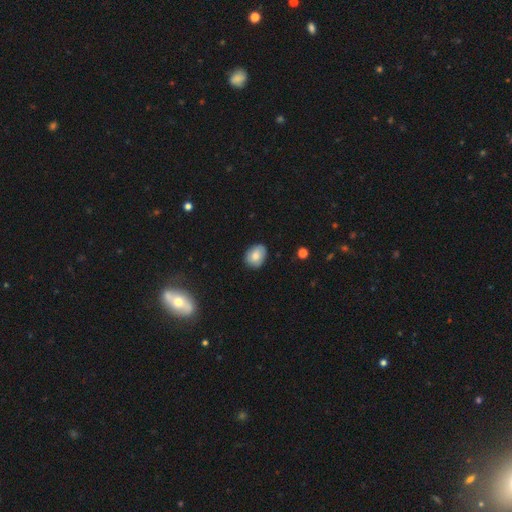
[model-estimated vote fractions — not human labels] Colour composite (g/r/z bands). It shows a smooth galaxy with no disk features (78%) that is in between round and cigar-shaped (56%). Merging: none (80%).